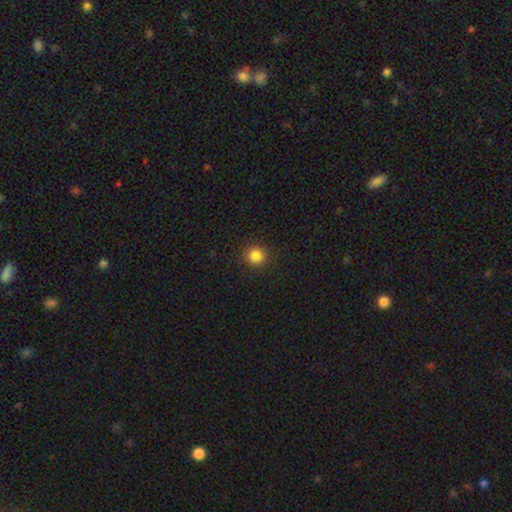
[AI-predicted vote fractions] The model was most divided on "smooth or featured": smooth: 85%, star or artifact: 11%, featured or disk: 4%. More confident: how rounded — round (93%); merging — none (91%).